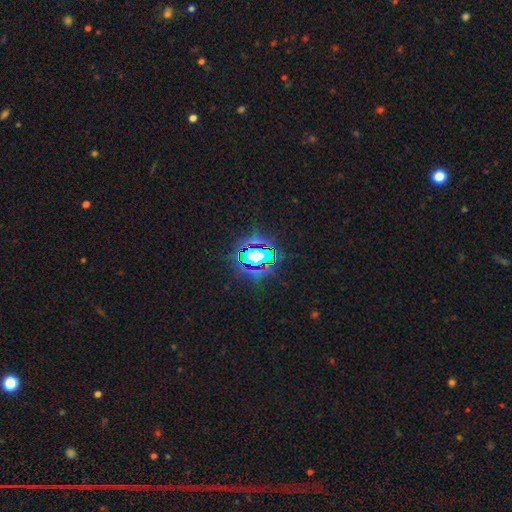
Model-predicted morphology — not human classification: Smooth or featured?
  - star or artifact: 70% *
  - smooth: 18%
  - featured or disk: 13%